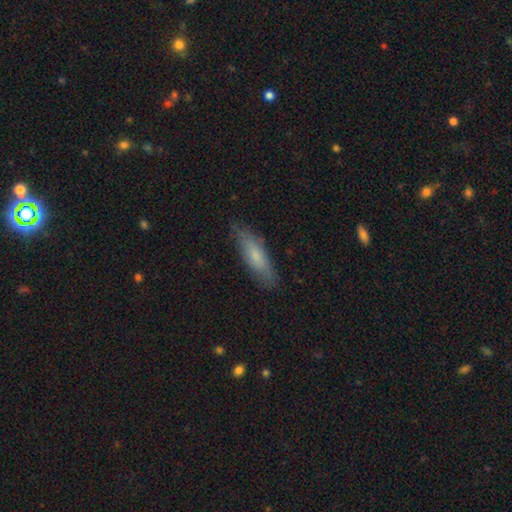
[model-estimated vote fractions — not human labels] Smooth or featured? Predicted: smooth (p=0.72). How rounded? Predicted: cigar-shaped (p=0.60). Merging? Predicted: none (p=0.81).